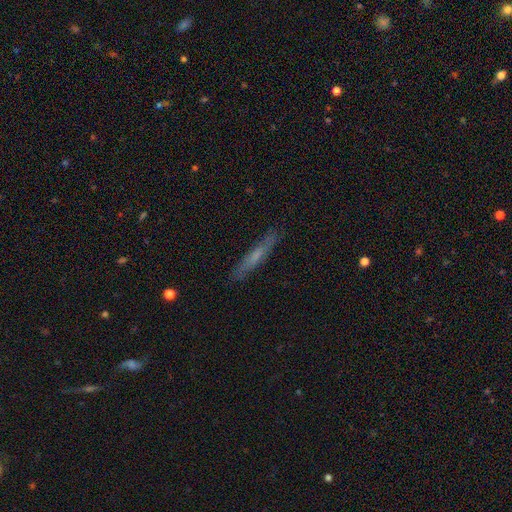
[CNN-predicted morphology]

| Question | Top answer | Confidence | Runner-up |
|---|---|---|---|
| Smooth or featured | smooth | 50% | featured or disk (42%) |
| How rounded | cigar-shaped | 92% | in between (6%) |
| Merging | none | 87% | minor disturbance (10%) |